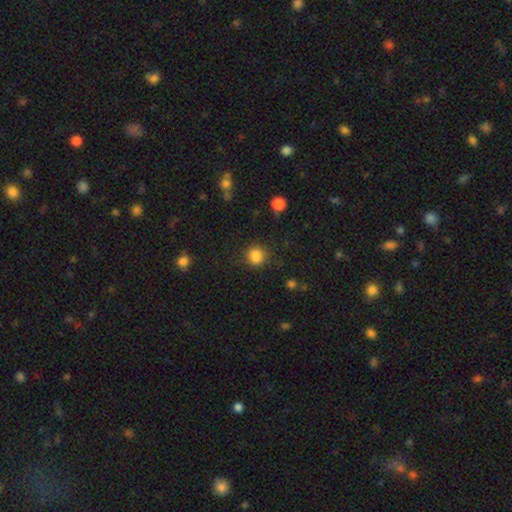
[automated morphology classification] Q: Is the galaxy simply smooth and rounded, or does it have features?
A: smooth — 84%.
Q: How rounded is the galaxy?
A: round — 83%.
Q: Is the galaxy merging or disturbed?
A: none — 78%.